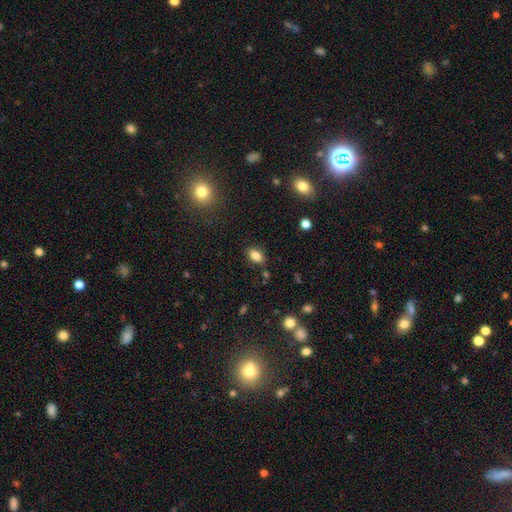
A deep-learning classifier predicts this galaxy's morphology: smooth 83%, star or artifact 10%, featured or disk 7%. Down the decision tree: how rounded — in between (87%); merging — none (84%).